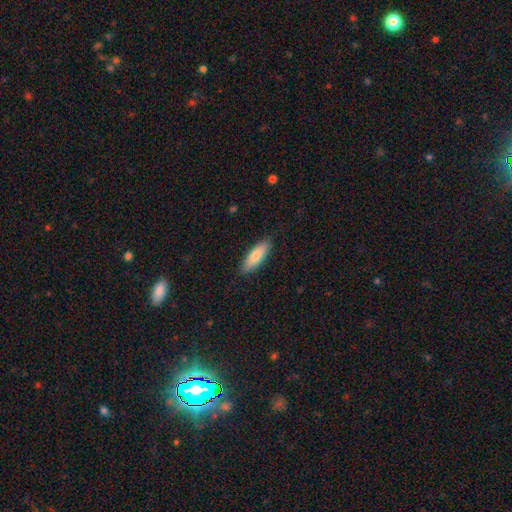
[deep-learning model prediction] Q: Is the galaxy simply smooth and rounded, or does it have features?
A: smooth — 76%.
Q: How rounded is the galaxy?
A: in between — 57%.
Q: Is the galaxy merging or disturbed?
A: none — 86%.